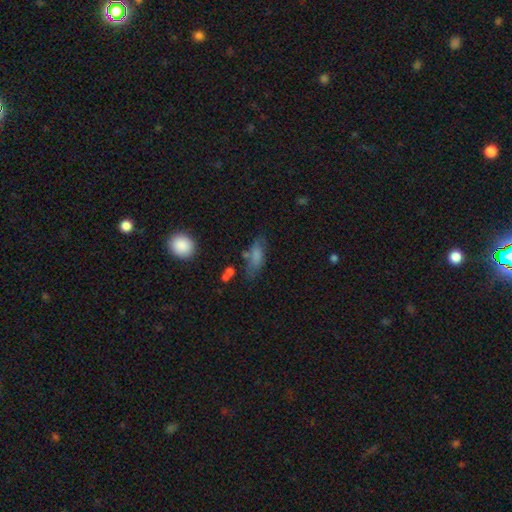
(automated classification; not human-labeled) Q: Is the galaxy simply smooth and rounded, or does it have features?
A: smooth — 72%.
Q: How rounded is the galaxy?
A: in between — 71%.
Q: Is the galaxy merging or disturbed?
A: none — 55%.